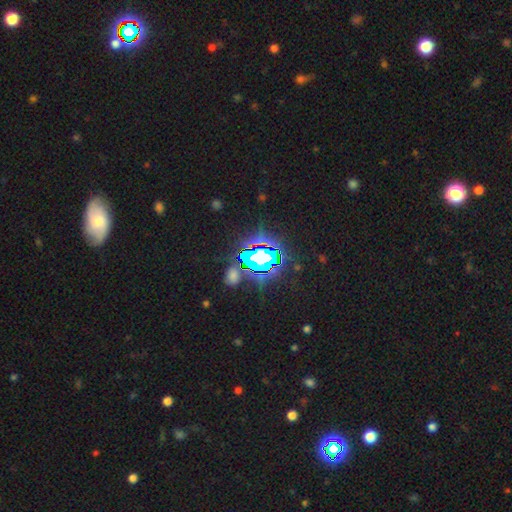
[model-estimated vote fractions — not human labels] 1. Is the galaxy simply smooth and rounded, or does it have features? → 72% star or artifact, 16% smooth, 12% featured or disk.